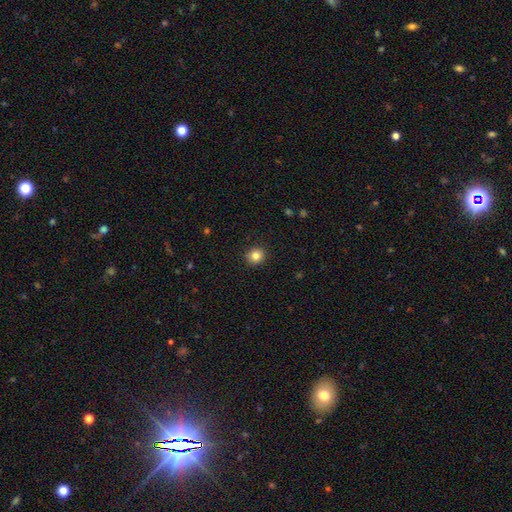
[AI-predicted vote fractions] Morphology: type=smooth (83%); roundness=round (88%); merging=none (92%).